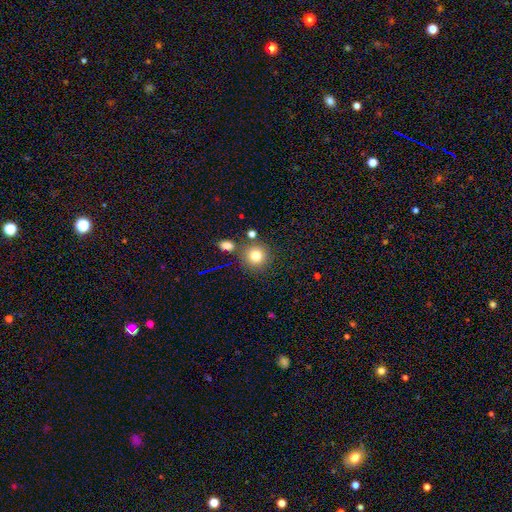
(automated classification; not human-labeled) Smooth or featured?
  - smooth: 79% *
  - star or artifact: 13%
  - featured or disk: 8%
How rounded?
  - round: 92% *
  - in between: 7%
  - cigar-shaped: 1%
Merging?
  - none: 78% *
  - merger: 10%
  - minor disturbance: 9%
  - major disturbance: 3%